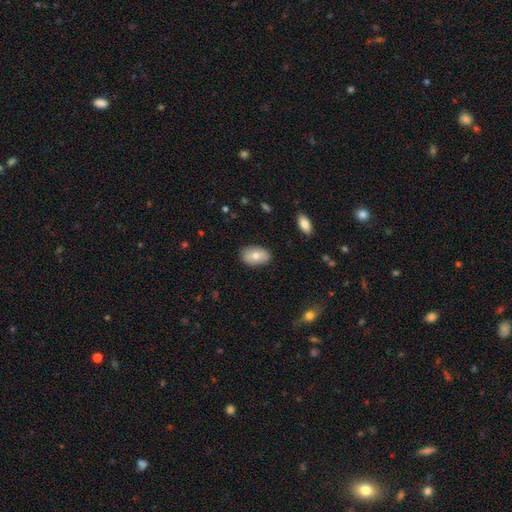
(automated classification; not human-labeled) Overall: smooth (74%). How rounded: in between (91%). Merging: none (86%).